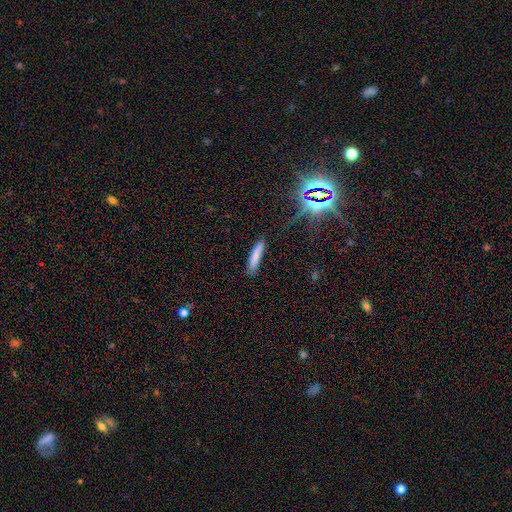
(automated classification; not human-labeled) Smooth or featured? smooth (80%)
How rounded? cigar-shaped (89%)
Merging? none (84%)